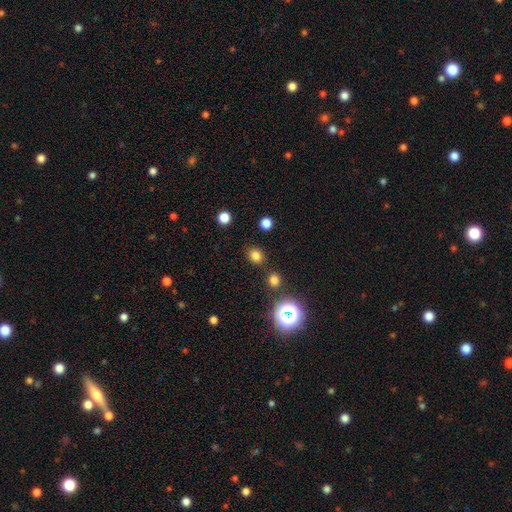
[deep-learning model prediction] Q: Smooth or featured?
A: smooth (77%); runner-up: star or artifact (18%)
Q: How rounded?
A: round (64%); runner-up: in between (35%)
Q: Merging?
A: none (83%); runner-up: minor disturbance (9%)